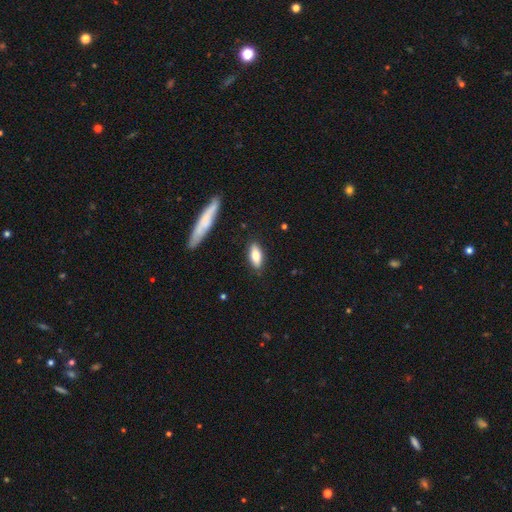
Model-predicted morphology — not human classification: Smooth or featured?
  - smooth: 75% *
  - featured or disk: 19%
  - star or artifact: 6%
How rounded?
  - in between: 72% *
  - cigar-shaped: 25%
  - round: 2%
Merging?
  - none: 85% *
  - minor disturbance: 11%
  - major disturbance: 2%
  - merger: 2%